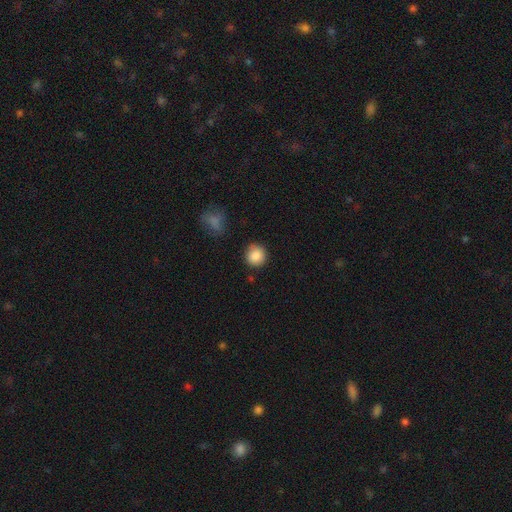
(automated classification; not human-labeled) A smooth galaxy with no disk features (87%) that is round (91%). Merging: none (83%).